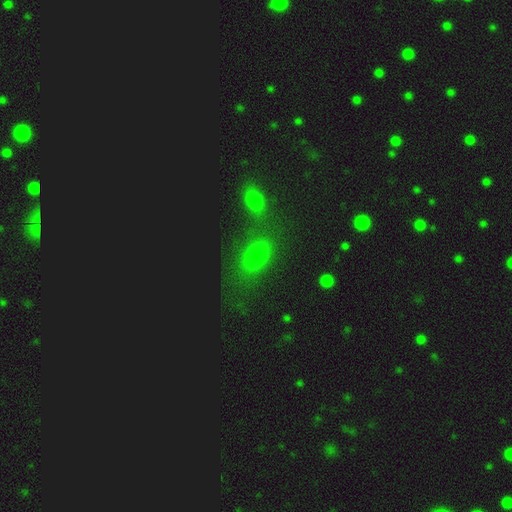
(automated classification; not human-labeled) Smooth or featured? smooth (73%)
How rounded? in between (68%)
Merging? none (64%)